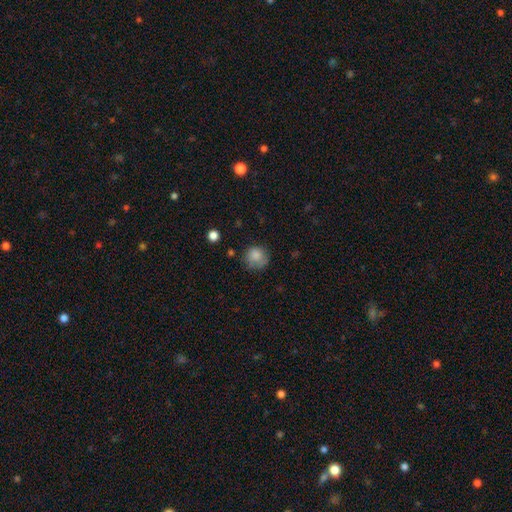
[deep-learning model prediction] The model was most divided on "merging": none: 64%, minor disturbance: 24%, major disturbance: 9%, merger: 3%. More confident: how rounded — round (87%); smooth or featured — smooth (82%).